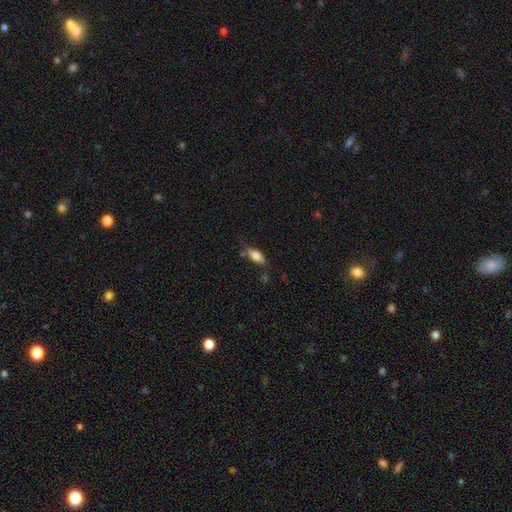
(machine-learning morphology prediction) This appears to be a smooth galaxy with no disk features (81%) that is in between round and cigar-shaped (85%). Merging: none (64%).